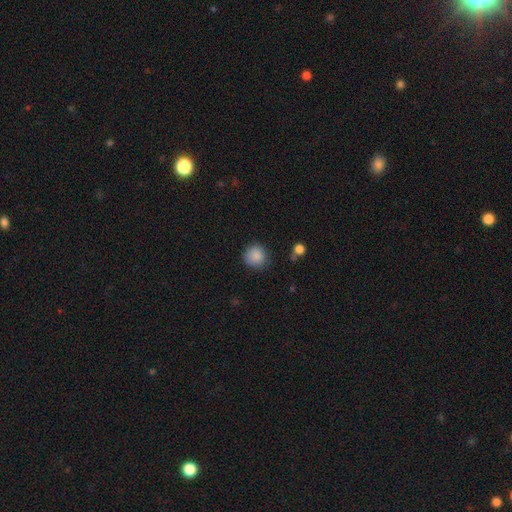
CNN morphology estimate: Smooth or featured: smooth — 87% (star or artifact — 9%)
How rounded: round — 92% (in between — 7%)
Merging: none — 83% (minor disturbance — 12%)